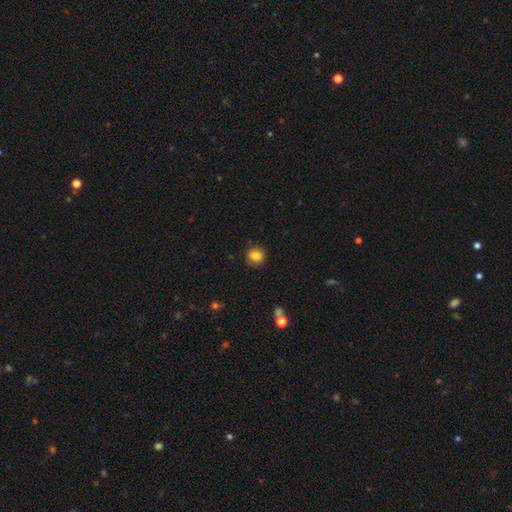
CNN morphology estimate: smooth_or_featured: smooth (p=0.84) [alt: star or artifact p=0.10]
how_rounded: round (p=0.84) [alt: in between p=0.15]
merging: none (p=0.85) [alt: minor disturbance p=0.11]